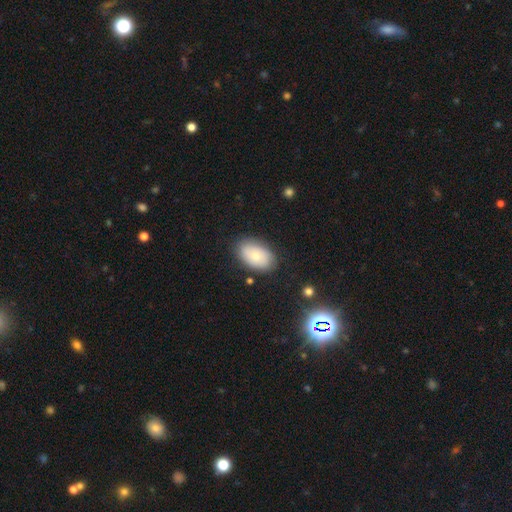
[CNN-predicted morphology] smooth_or_featured: smooth (p=0.75) [alt: featured or disk p=0.18]
how_rounded: in between (p=0.91) [alt: round p=0.08]
merging: none (p=0.81) [alt: minor disturbance p=0.14]